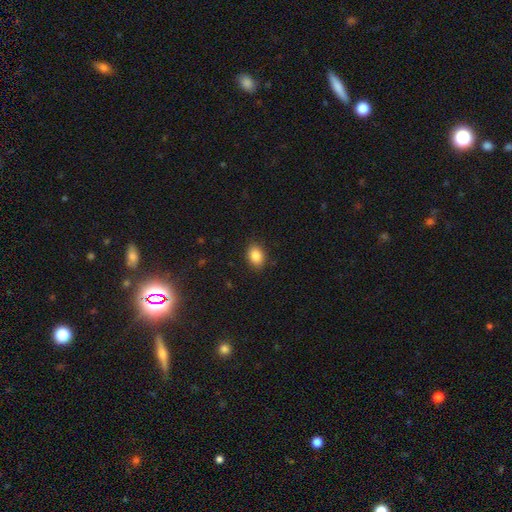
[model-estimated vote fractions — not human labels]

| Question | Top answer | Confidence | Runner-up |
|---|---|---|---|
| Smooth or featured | smooth | 86% | star or artifact (9%) |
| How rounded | in between | 71% | round (27%) |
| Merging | none | 87% | minor disturbance (10%) |